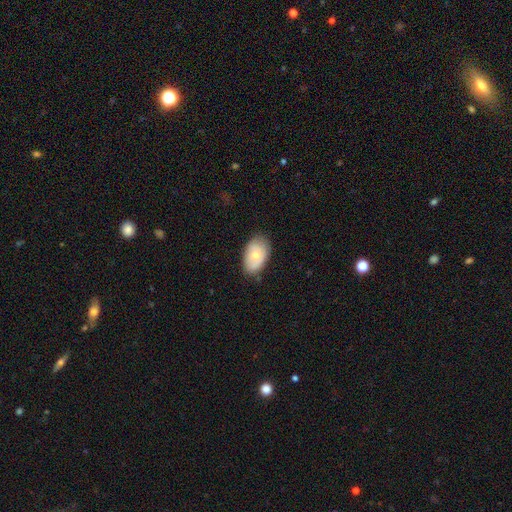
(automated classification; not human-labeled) Morphology: type=smooth (65%); roundness=in between (91%); merging=none (73%).